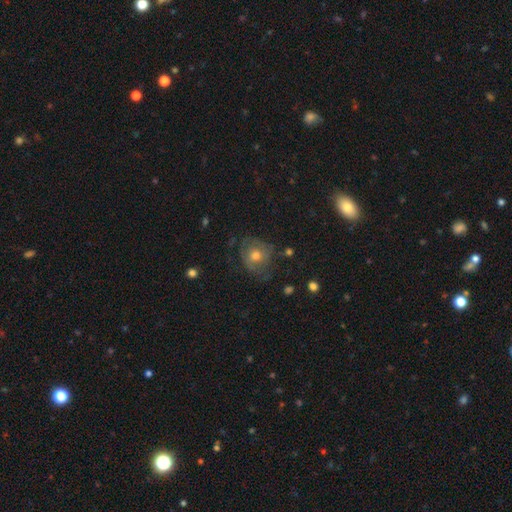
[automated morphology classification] smooth_or_featured: smooth (p=0.44) [alt: featured or disk p=0.43]
merging: none (p=0.59) [alt: minor disturbance p=0.23]